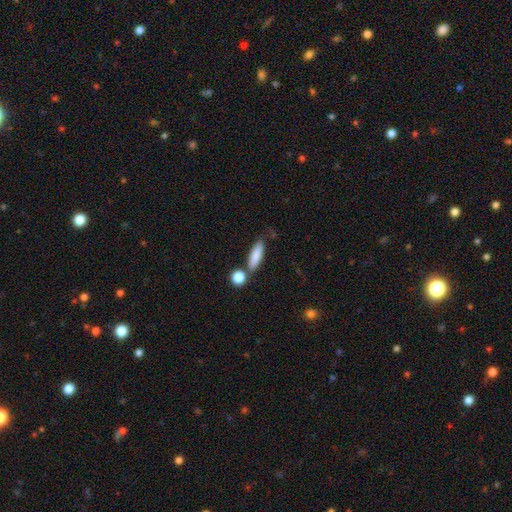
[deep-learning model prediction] The model was most divided on "how rounded": cigar-shaped: 52%, in between: 44%, round: 4%. More confident: smooth or featured — smooth (83%); merging — none (70%).